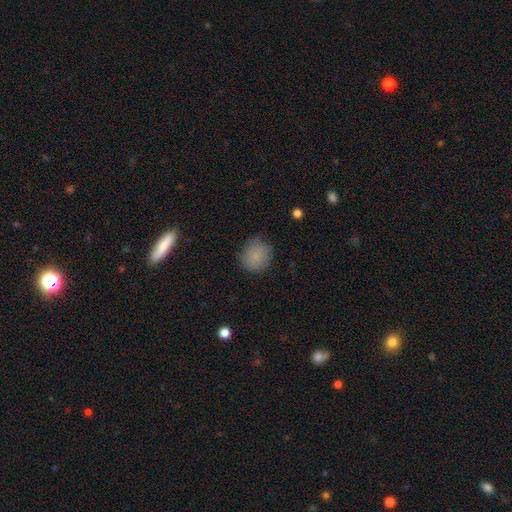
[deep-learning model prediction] Q: Smooth or featured?
A: smooth (82%); runner-up: star or artifact (9%)
Q: How rounded?
A: round (84%); runner-up: in between (15%)
Q: Merging?
A: none (72%); runner-up: minor disturbance (22%)